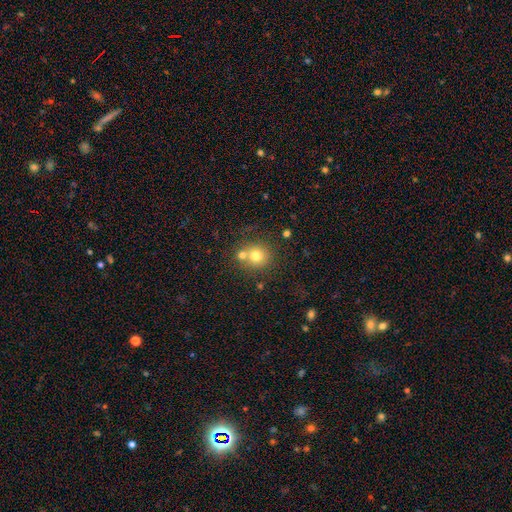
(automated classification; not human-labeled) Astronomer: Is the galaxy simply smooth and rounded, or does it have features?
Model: smooth — 73%.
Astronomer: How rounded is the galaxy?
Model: round — 86%.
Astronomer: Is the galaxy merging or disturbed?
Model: none — 56% (runner-up: merger, 31%).